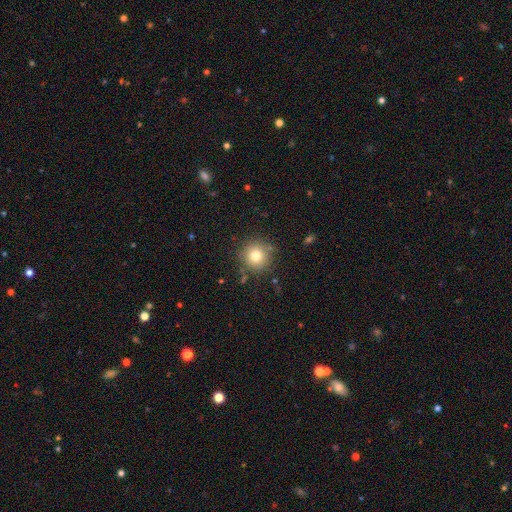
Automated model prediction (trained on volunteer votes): This is likely a smooth galaxy (77%). How rounded: clearly round (95%). Merging: clearly none (86%).